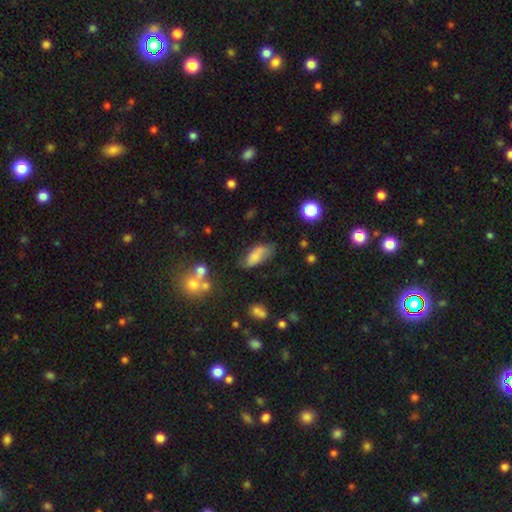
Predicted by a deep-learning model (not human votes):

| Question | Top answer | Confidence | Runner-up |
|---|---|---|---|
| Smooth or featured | smooth | 69% | featured or disk (23%) |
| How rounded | in between | 79% | cigar-shaped (18%) |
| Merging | none | 57% | minor disturbance (28%) |